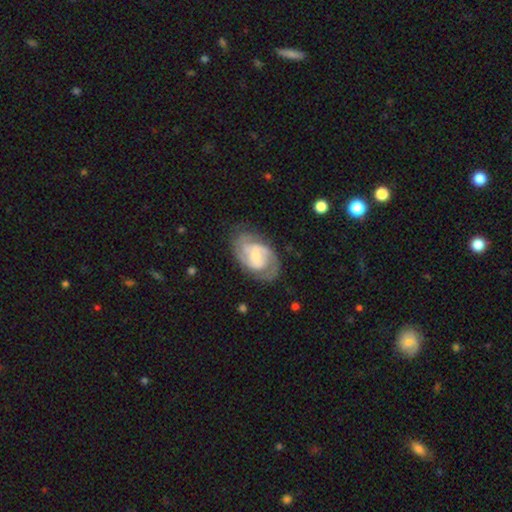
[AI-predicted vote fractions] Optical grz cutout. It shows a featured or disk galaxy (81%) with a weak bar (48%), 2 (64%) medium (46%) spiral arms (93%) and a small central bulge (51%). Merging: none (68%).